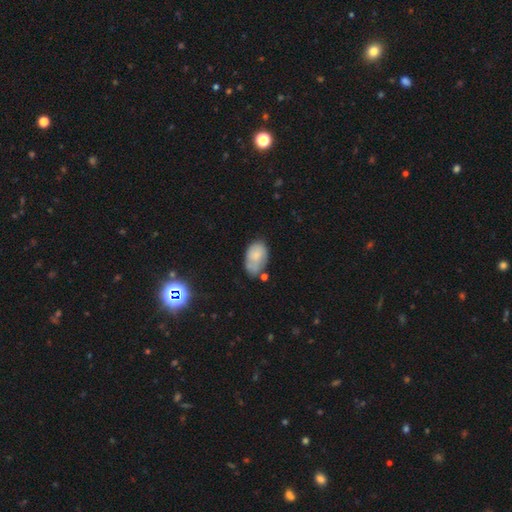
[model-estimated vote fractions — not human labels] smooth 75%, featured or disk 17%, star or artifact 8%. Down the decision tree: how rounded — in between (90%); merging — none (46%).